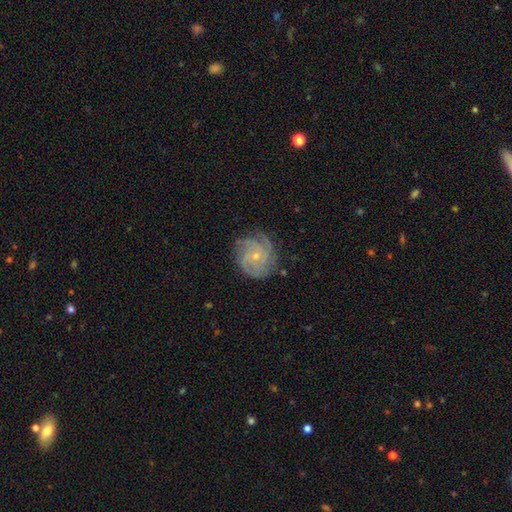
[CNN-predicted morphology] Smooth or featured? featured or disk (85%)
Edge-on disk? no (98%)
Bar? no (75%)
Spiral arms? yes (97%)
Spiral winding? tight (61%)
Spiral arm count? 3 (31%)
Bulge size? small (76%)
Merging? none (77%)